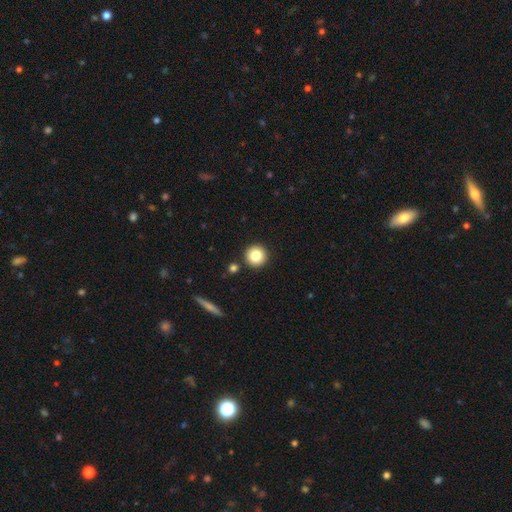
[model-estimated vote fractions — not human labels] Smooth or featured? smooth (84%)
How rounded? round (95%)
Merging? none (89%)